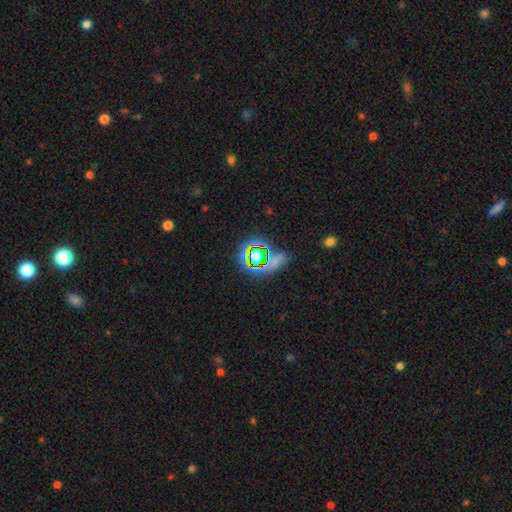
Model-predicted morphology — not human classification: Q: Smooth or featured?
A: star or artifact (57%); runner-up: smooth (30%)